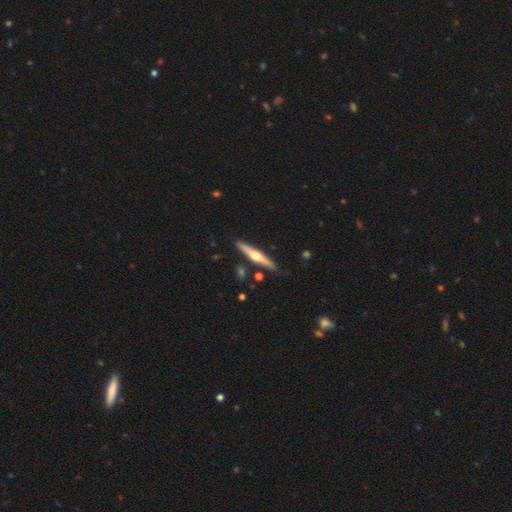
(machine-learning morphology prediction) featured or disk 64%, smooth 31%, star or artifact 5%. Down the decision tree: edge-on disk — yes (97%); edge-on bulge — rounded (91%); merging — none (86%).